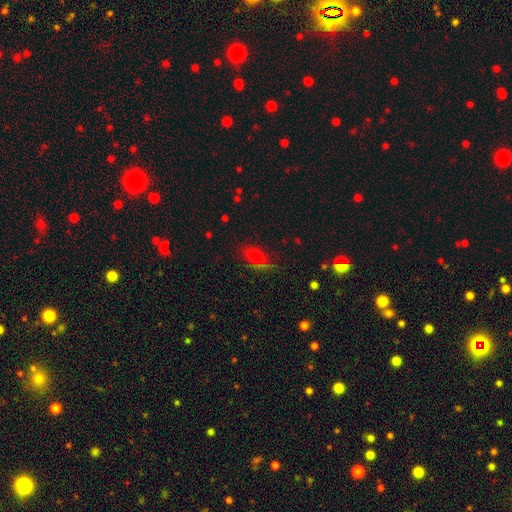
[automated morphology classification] The model was most divided on "smooth or featured": smooth: 61%, star or artifact: 24%, featured or disk: 14%. More confident: how rounded — in between (76%); merging — none (70%).